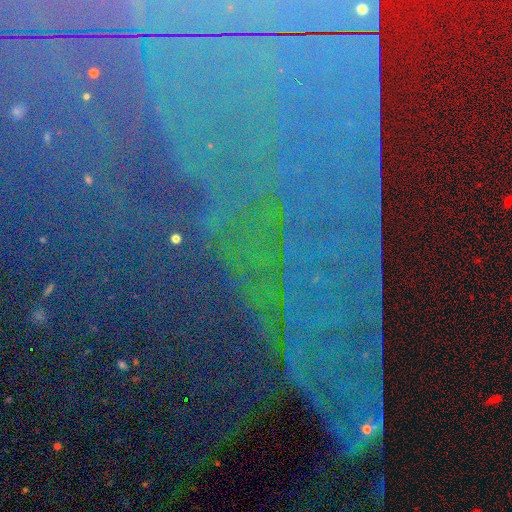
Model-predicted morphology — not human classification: smooth_or_featured: star or artifact (p=0.85) [alt: featured or disk p=0.08]